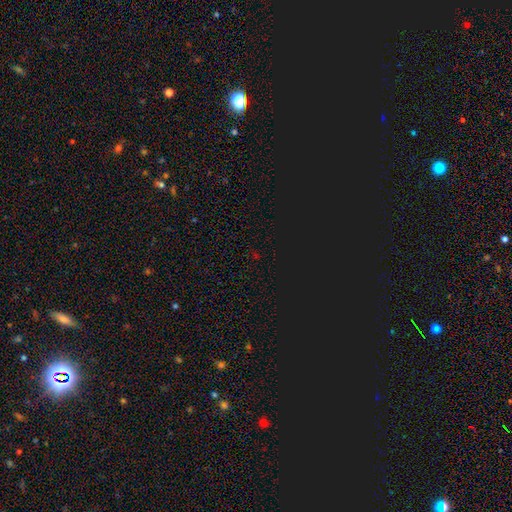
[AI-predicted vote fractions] smooth_or_featured: star or artifact (p=0.76) [alt: smooth p=0.18]